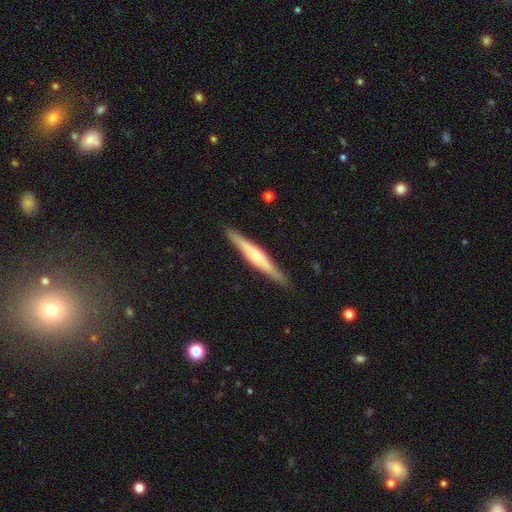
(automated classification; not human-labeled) This appears to be a featured or disk galaxy (69%) viewed edge-on (97%) with a rounded central bulge (82%). Merging: none (90%).